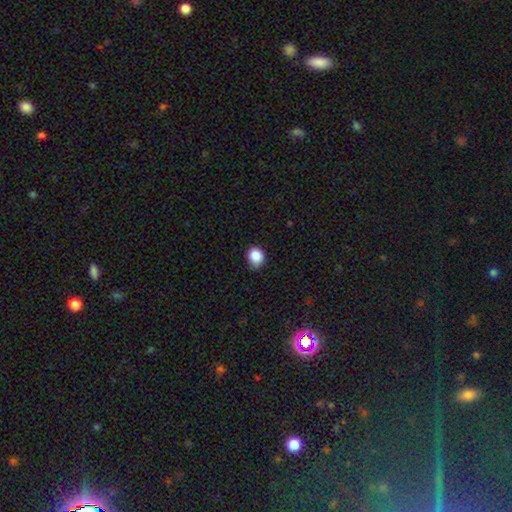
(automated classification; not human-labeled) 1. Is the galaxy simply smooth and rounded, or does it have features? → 87% smooth, 10% star or artifact, 3% featured or disk.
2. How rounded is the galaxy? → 77% round, 23% in between, 1% cigar-shaped.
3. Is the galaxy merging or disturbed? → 76% none, 19% minor disturbance, 3% major disturbance, 1% merger.